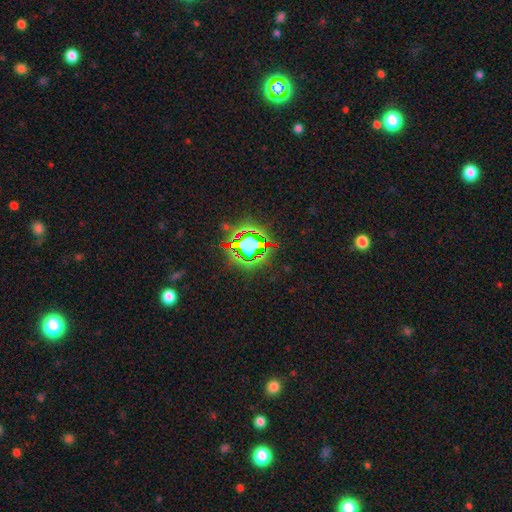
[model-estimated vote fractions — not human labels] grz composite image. It shows a star or artifact, not a galaxy (78%).